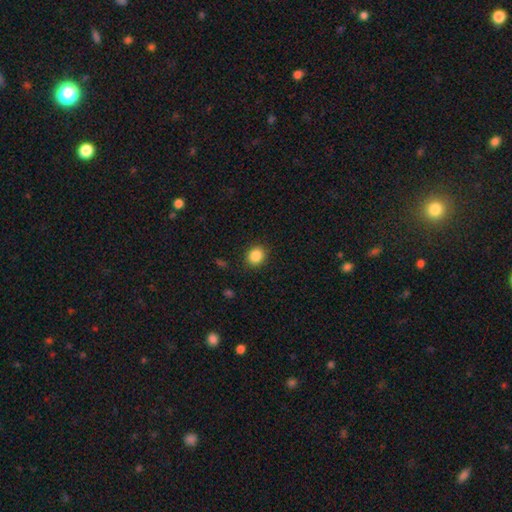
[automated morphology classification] Smooth or featured? Predicted: smooth (p=0.86). How rounded? Predicted: round (p=0.75). Merging? Predicted: none (p=0.89).